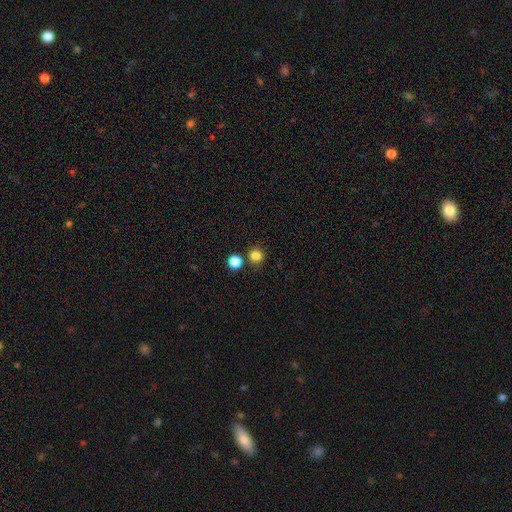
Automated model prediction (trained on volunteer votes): Q: Smooth or featured?
A: smooth (82%); runner-up: star or artifact (13%)
Q: How rounded?
A: round (94%); runner-up: in between (5%)
Q: Merging?
A: none (80%); runner-up: merger (11%)